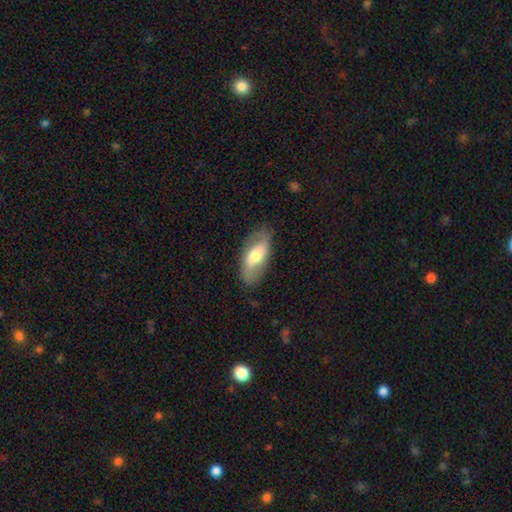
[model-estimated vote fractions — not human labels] Overall: featured or disk (50%; smooth 44%). Merging: none (80%).